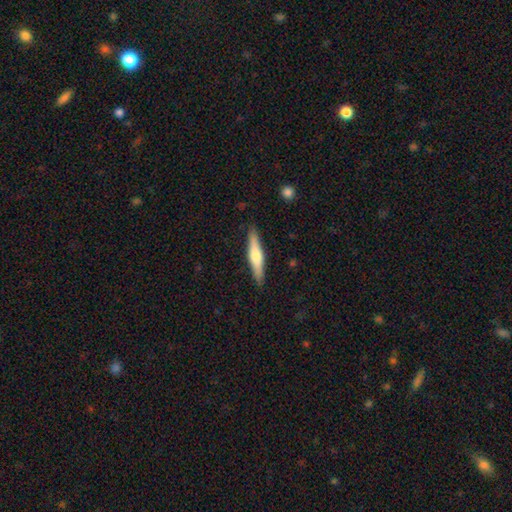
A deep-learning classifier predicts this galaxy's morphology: This appears to be a smooth galaxy with no disk features (50%) that is cigar-shaped (87%). Merging: none (89%).